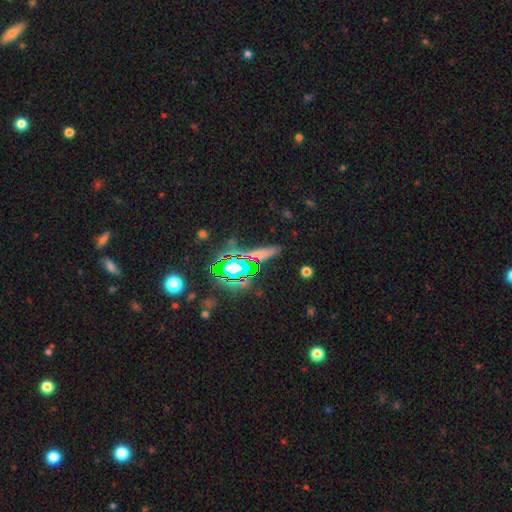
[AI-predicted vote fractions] Overall: star or artifact (42%; smooth 41%).